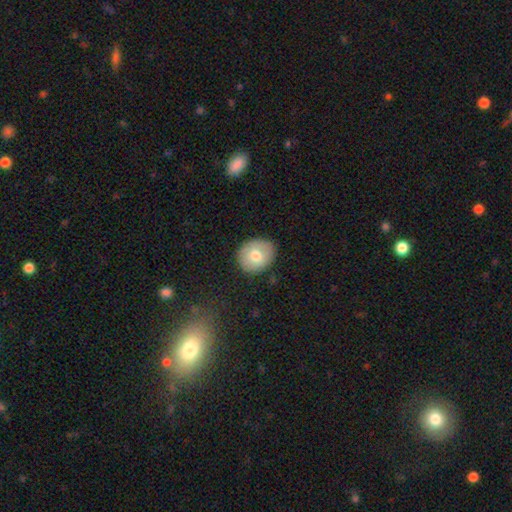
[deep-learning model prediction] Morphology: type=smooth (72%); roundness=round (69%); merging=none (85%).